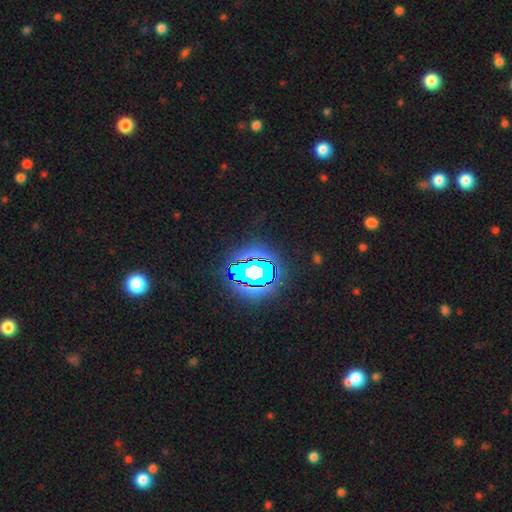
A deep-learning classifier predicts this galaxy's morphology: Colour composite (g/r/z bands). It shows a star or artifact, not a galaxy (82%).